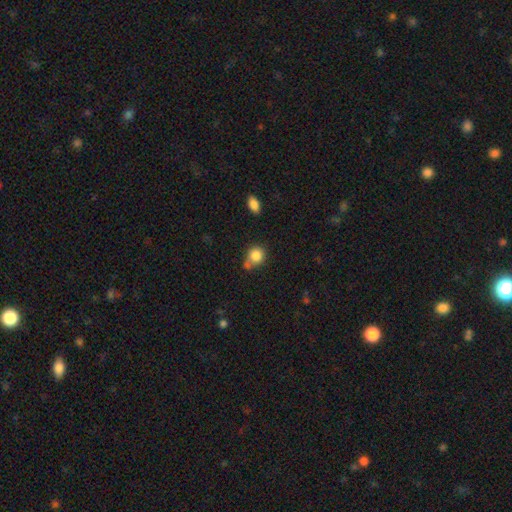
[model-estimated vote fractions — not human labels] Smooth or featured? smooth (84%)
How rounded? round (78%)
Merging? none (53%)